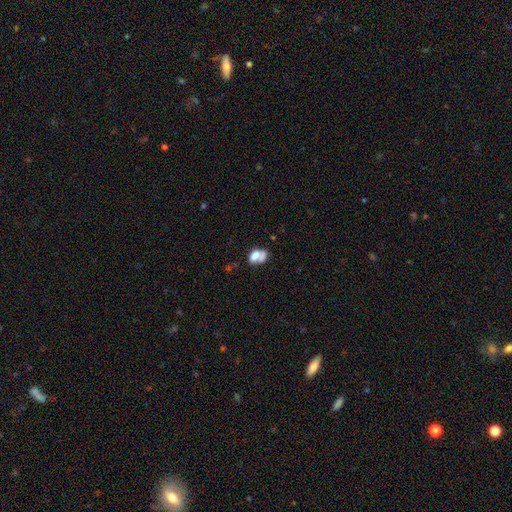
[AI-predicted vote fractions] A smooth galaxy with no disk features (64%) that is in between round and cigar-shaped (76%).

Vote fractions:
- Smooth or featured? smooth: 64% / featured or disk: 23% / star or artifact: 13%
- How rounded? in between: 76% / round: 21% / cigar-shaped: 2%
- Merging? merger: 40% / none: 30% / minor disturbance: 15% / major disturbance: 15%